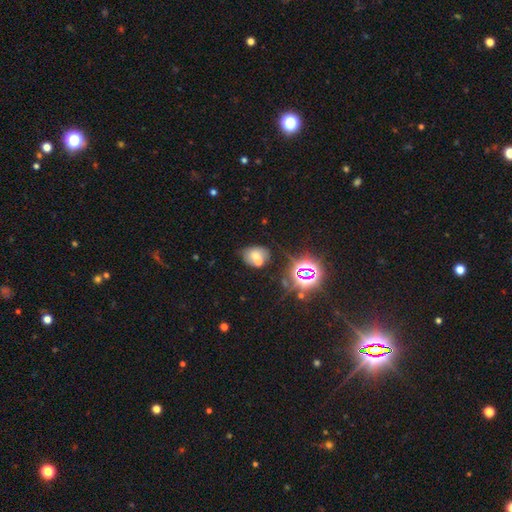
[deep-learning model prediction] smooth 52%, star or artifact 26%, featured or disk 22%. Down the decision tree: how rounded — in between (57%); merging — none (45%).